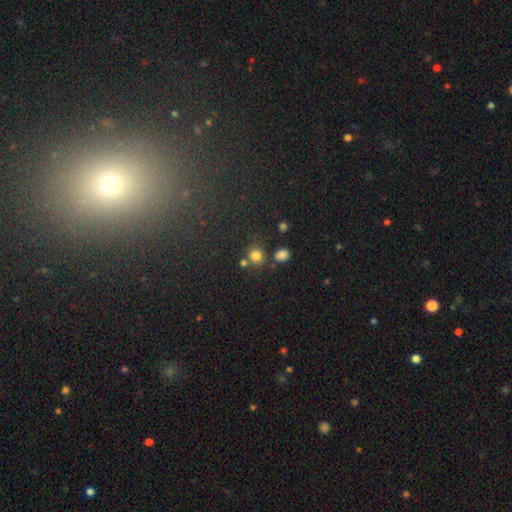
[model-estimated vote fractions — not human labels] A smooth galaxy with no disk features (78%) that is round (88%).

Vote fractions:
- Smooth or featured? smooth: 78% / star or artifact: 15% / featured or disk: 6%
- How rounded? round: 88% / in between: 11% / cigar-shaped: 1%
- Merging? none: 71% / merger: 16% / minor disturbance: 9% / major disturbance: 4%